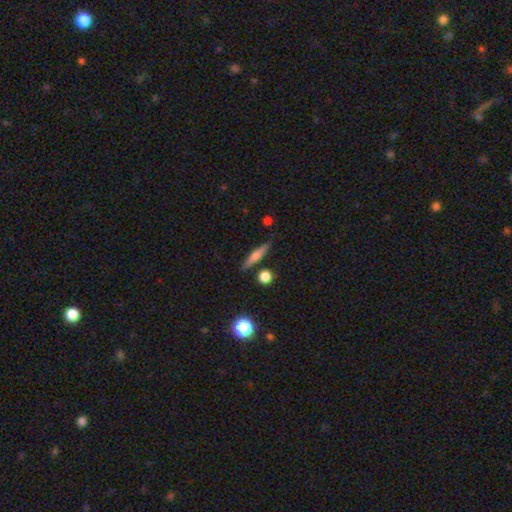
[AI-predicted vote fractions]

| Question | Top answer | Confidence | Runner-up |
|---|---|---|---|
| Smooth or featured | smooth | 58% | featured or disk (34%) |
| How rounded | cigar-shaped | 82% | in between (13%) |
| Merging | none | 84% | minor disturbance (10%) |